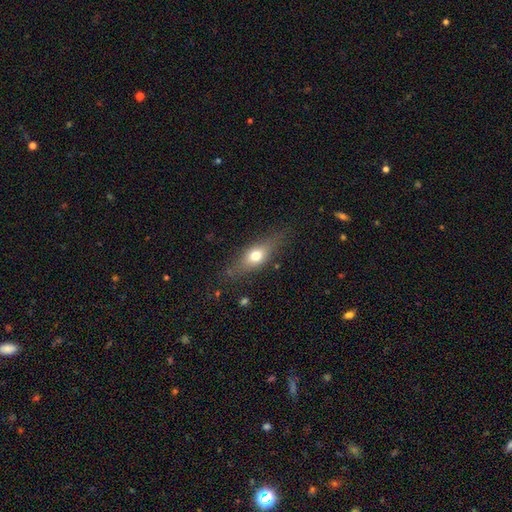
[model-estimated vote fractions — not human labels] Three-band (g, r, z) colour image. It shows a smooth galaxy with no disk features (60%) that is in between round and cigar-shaped (60%). Merging: none (76%).